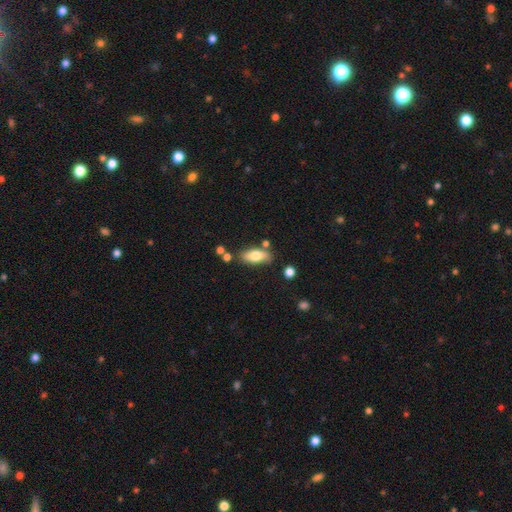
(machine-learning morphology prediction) Smooth or featured? smooth (74%)
How rounded? in between (82%)
Merging? none (75%)